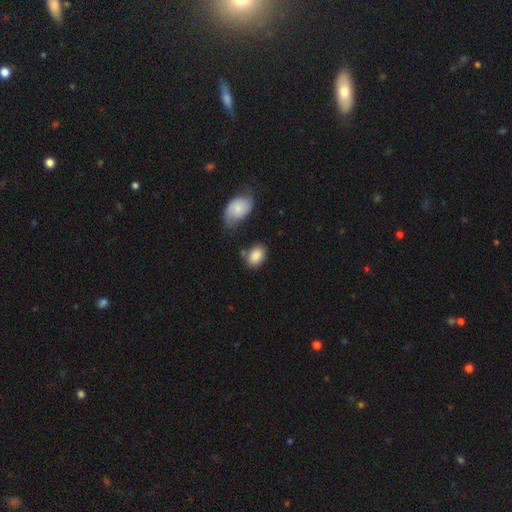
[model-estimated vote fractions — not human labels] Smooth or featured? smooth (86%)
How rounded? in between (81%)
Merging? none (63%)